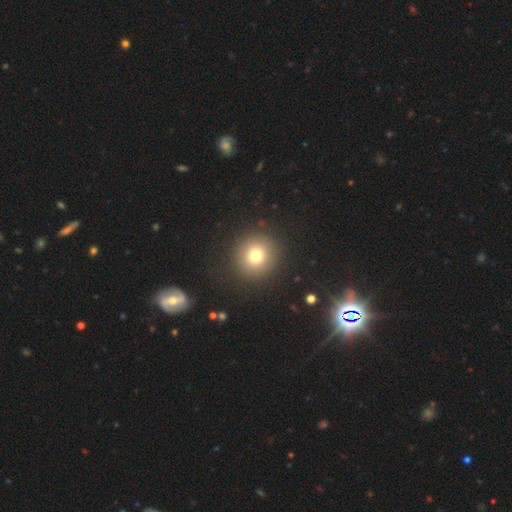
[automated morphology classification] The model was most divided on "smooth or featured": smooth: 76%, star or artifact: 14%, featured or disk: 10%. More confident: how rounded — round (93%); merging — none (90%).